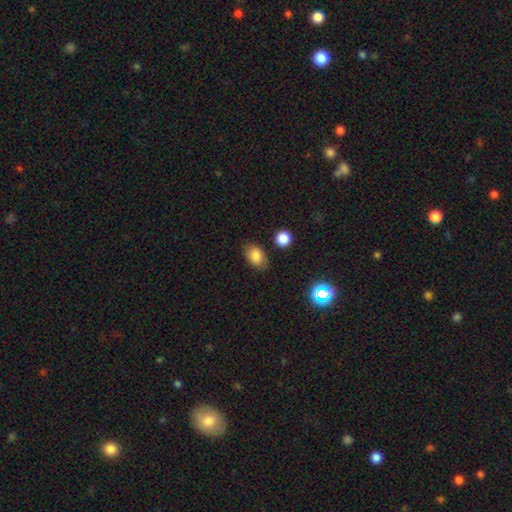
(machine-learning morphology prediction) smooth-or-featured: smooth: 82% | star or artifact: 11% | featured or disk: 7%
  how-rounded: in between: 79% | round: 20% | cigar-shaped: 1%
  merging: none: 80% | minor disturbance: 14% | major disturbance: 3% | merger: 3%